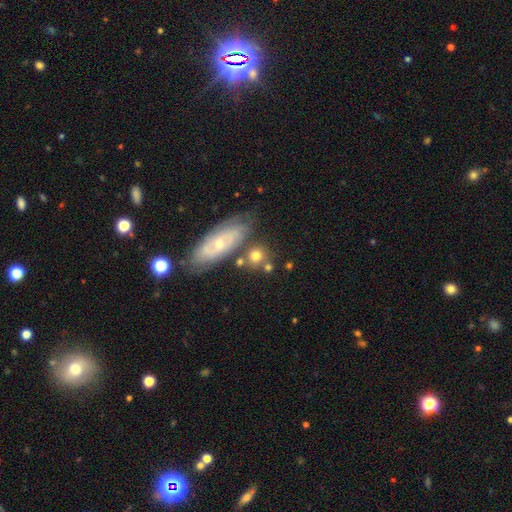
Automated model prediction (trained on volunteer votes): Smooth or featured?
  - smooth: 65% *
  - featured or disk: 26%
  - star or artifact: 9%
How rounded?
  - round: 76% *
  - in between: 20%
  - cigar-shaped: 4%
Merging?
  - none: 63% *
  - merger: 18%
  - minor disturbance: 14%
  - major disturbance: 5%